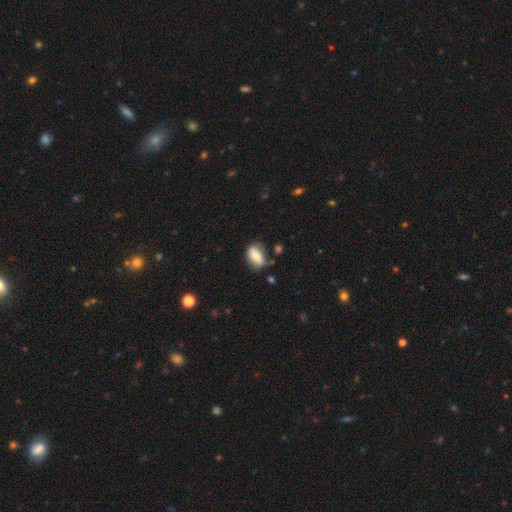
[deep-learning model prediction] Smooth or featured: smooth — 77% (featured or disk — 16%)
How rounded: in between — 88% (round — 9%)
Merging: none — 60% (minor disturbance — 27%)